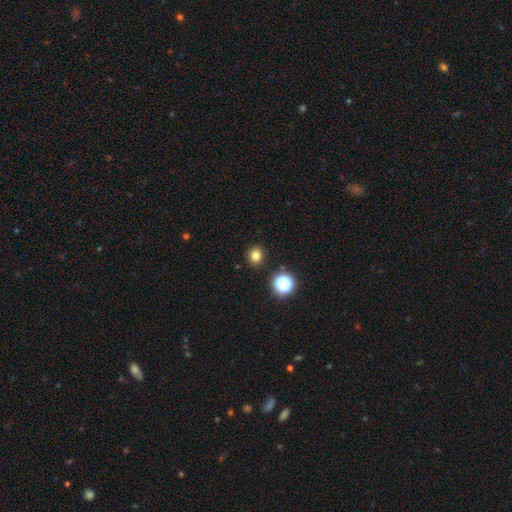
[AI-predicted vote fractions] This appears to be a smooth galaxy with no disk features (78%) that is round (82%). Merging: none (90%).